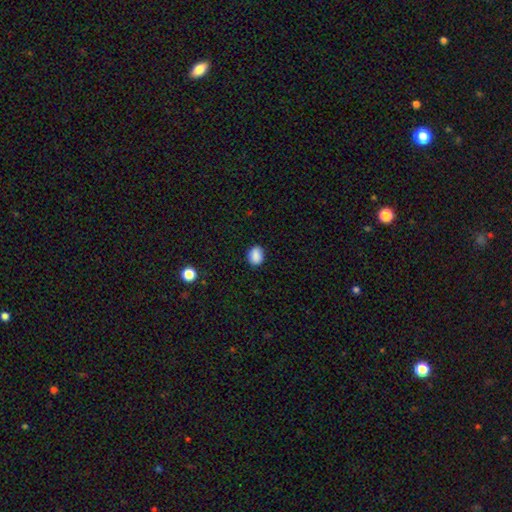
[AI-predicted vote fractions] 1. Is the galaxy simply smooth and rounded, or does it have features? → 88% smooth, 9% star or artifact, 4% featured or disk.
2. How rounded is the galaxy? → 51% round, 48% in between, 1% cigar-shaped.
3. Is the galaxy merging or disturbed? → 86% none, 11% minor disturbance, 2% major disturbance, 1% merger.